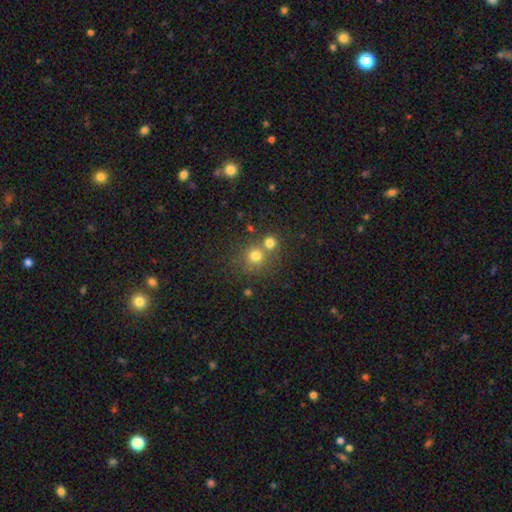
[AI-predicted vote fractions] Smooth or featured?
  - smooth: 75% *
  - star or artifact: 16%
  - featured or disk: 9%
How rounded?
  - round: 90% *
  - in between: 9%
  - cigar-shaped: 1%
Merging?
  - none: 56% *
  - merger: 33%
  - minor disturbance: 7%
  - major disturbance: 3%